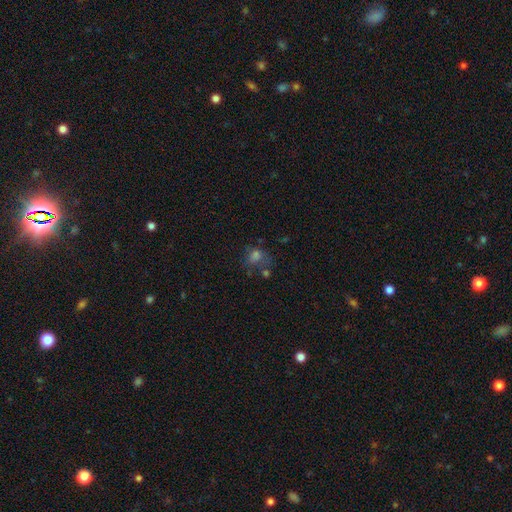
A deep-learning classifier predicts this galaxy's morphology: This appears to be a smooth galaxy with no disk features (55%) that is round (53%). Merging: none (45%).